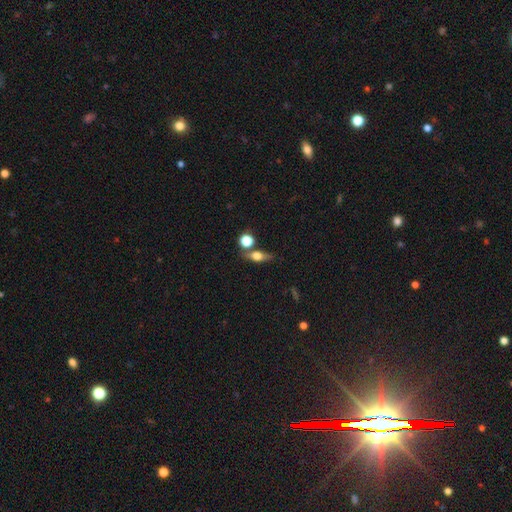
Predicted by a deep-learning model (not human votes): Smooth or featured: smooth — 49% (featured or disk — 39%)
Merging: none — 66% (merger — 15%)